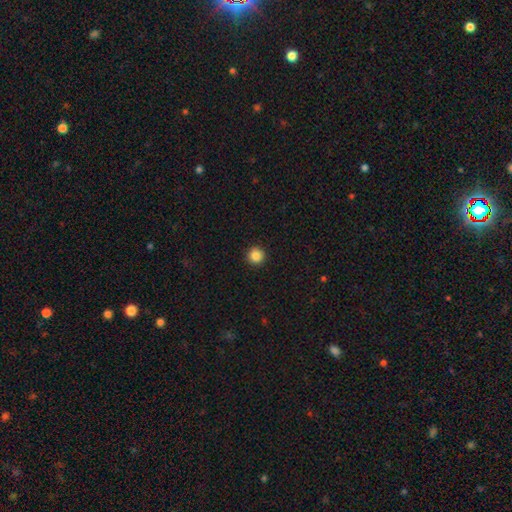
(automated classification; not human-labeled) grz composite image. It shows a smooth galaxy with no disk features (86%) that is round (96%). Merging: none (94%).